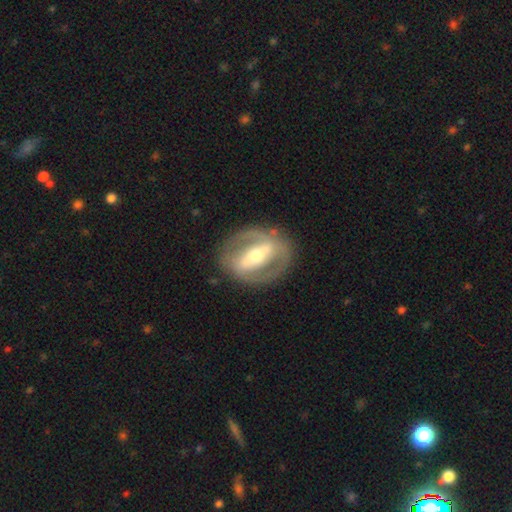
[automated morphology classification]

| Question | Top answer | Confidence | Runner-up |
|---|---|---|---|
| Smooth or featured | featured or disk | 79% | smooth (16%) |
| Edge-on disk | no | 89% | yes (11%) |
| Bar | strong | 75% | weak (16%) |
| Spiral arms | no | 52% | yes (48%) |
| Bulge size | moderate | 63% | small (25%) |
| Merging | none | 81% | minor disturbance (11%) |